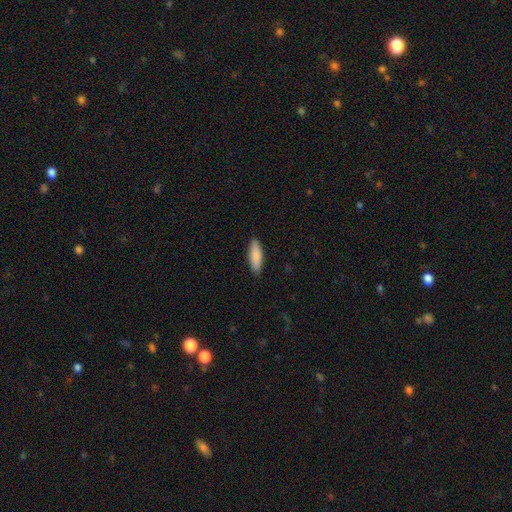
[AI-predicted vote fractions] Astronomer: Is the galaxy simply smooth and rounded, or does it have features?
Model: smooth — 88%.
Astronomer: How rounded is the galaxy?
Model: in between — 54% (runner-up: cigar-shaped, 44%).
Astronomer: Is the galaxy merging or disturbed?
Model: none — 90%.